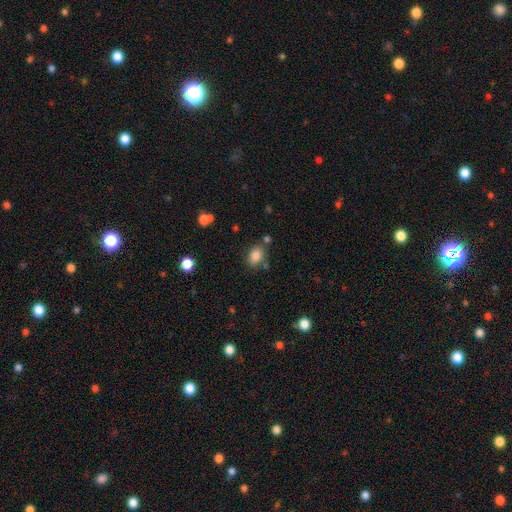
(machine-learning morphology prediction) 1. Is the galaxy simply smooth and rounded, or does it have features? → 83% smooth, 10% star or artifact, 7% featured or disk.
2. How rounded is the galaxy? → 76% in between, 23% round, 1% cigar-shaped.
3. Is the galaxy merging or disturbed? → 75% none, 13% minor disturbance, 7% merger, 4% major disturbance.